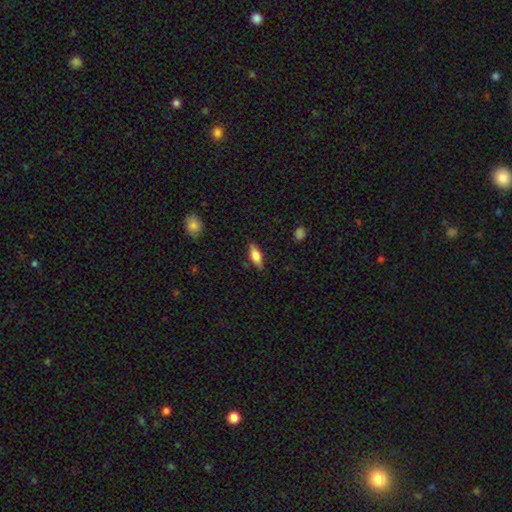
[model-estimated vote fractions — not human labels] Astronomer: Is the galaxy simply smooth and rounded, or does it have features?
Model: smooth — 66%.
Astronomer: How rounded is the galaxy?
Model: in between — 70%.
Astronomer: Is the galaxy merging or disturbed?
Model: none — 83%.